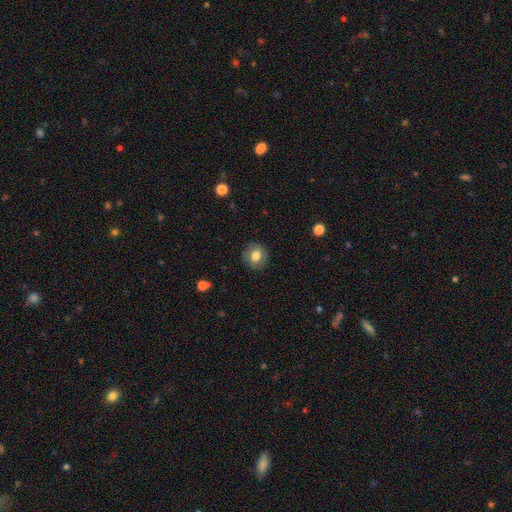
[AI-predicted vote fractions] smooth_or_featured: smooth (p=0.77) [alt: featured or disk p=0.14]
how_rounded: round (p=0.86) [alt: in between p=0.14]
merging: none (p=0.88) [alt: minor disturbance p=0.08]